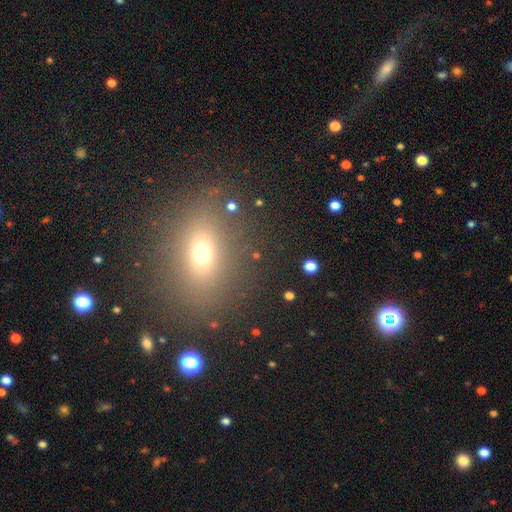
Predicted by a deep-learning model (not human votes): Smooth or featured?
  - smooth: 59% *
  - star or artifact: 29%
  - featured or disk: 13%
How rounded?
  - in between: 49% *
  - round: 47%
  - cigar-shaped: 4%
Merging?
  - none: 83% *
  - minor disturbance: 9%
  - major disturbance: 5%
  - merger: 4%